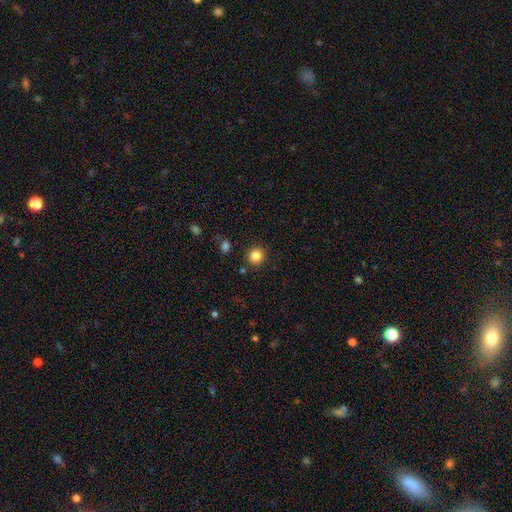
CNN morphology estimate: type=smooth (85%); roundness=round (90%); merging=none (89%).